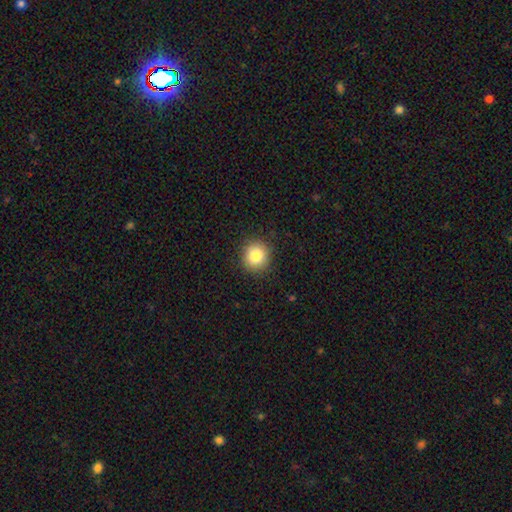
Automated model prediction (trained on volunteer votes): Smooth or featured: smooth — 83% (star or artifact — 10%)
How rounded: round — 90% (in between — 9%)
Merging: none — 90% (minor disturbance — 7%)